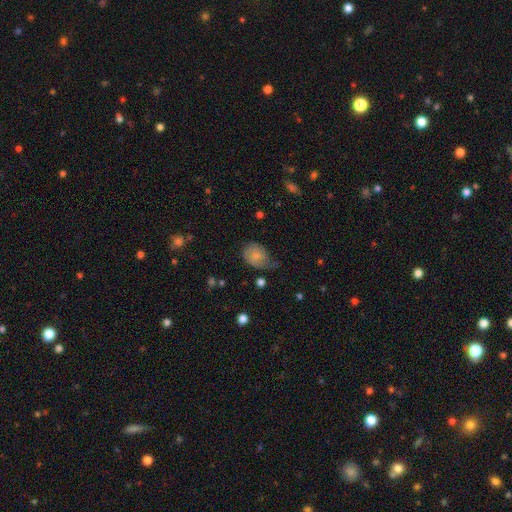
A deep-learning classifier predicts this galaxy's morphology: smooth 62%, featured or disk 30%, star or artifact 8%. Down the decision tree: how rounded — in between (67%); merging — minor disturbance (37%).